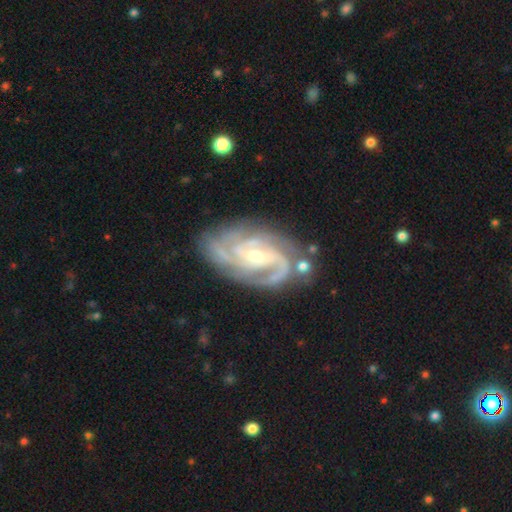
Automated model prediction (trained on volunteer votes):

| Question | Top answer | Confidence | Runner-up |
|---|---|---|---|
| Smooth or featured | featured or disk | 92% | star or artifact (5%) |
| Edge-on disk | no | 97% | yes (3%) |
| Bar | weak | 44% | no (31%) |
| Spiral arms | yes | 98% | no (2%) |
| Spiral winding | tight | 56% | medium (38%) |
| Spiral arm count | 3 | 41% | 2 (28%) |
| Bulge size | small | 61% | moderate (35%) |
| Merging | none | 72% | minor disturbance (18%) |